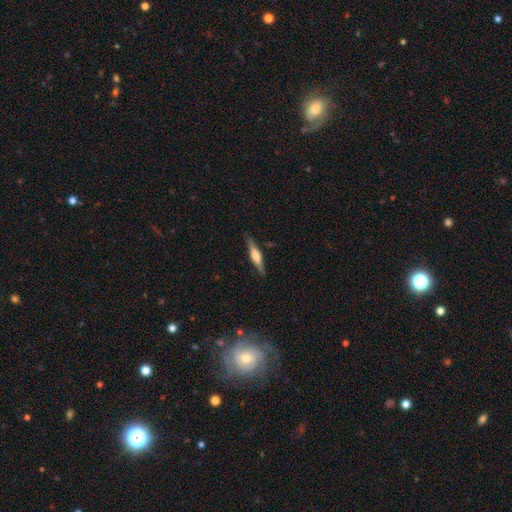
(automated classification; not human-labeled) Smooth or featured?
  - featured or disk: 59% *
  - smooth: 35%
  - star or artifact: 6%
Edge-on disk?
  - yes: 97% *
  - no: 3%
Edge-on bulge?
  - rounded: 69% *
  - boxy: 24%
  - none: 7%
Merging?
  - none: 87% *
  - minor disturbance: 9%
  - major disturbance: 2%
  - merger: 1%